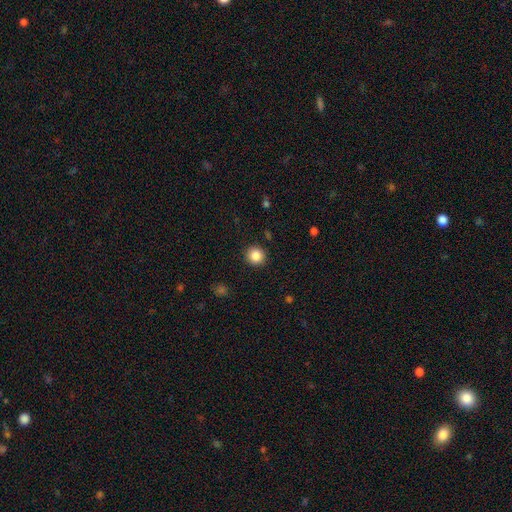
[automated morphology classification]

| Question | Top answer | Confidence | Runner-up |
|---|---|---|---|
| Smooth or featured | smooth | 86% | star or artifact (10%) |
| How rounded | round | 93% | in between (6%) |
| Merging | none | 91% | minor disturbance (5%) |